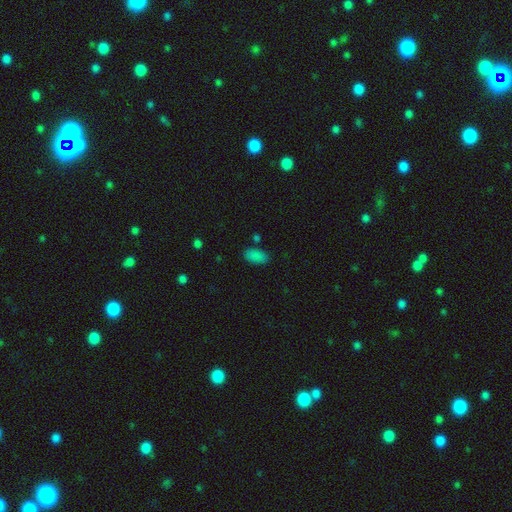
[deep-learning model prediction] Overall: smooth (85%). How rounded: in between (93%). Merging: none (83%).